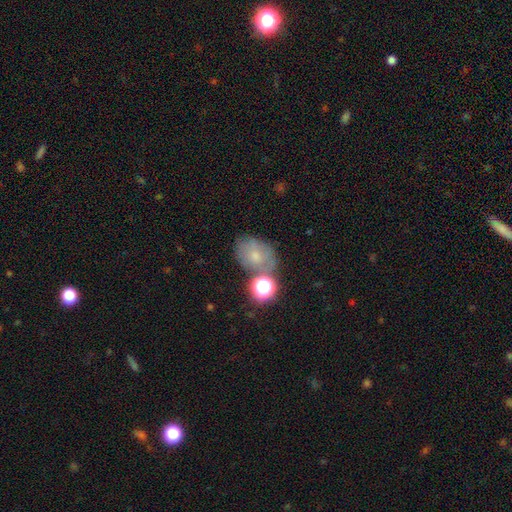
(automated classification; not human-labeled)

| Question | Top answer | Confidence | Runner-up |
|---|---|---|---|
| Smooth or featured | smooth | 55% | featured or disk (23%) |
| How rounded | in between | 60% | round (39%) |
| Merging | none | 57% | minor disturbance (18%) |